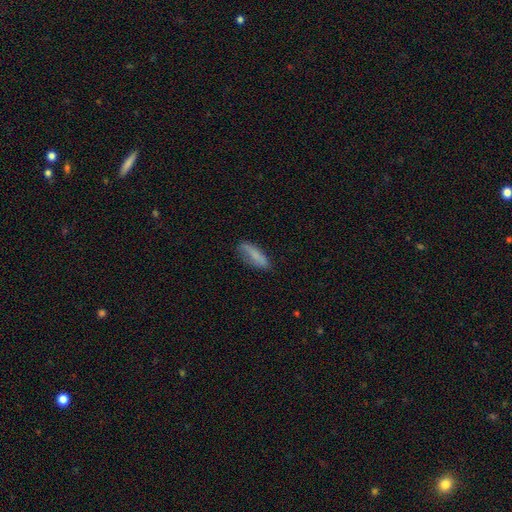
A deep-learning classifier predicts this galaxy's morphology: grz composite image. It shows a smooth galaxy with no disk features (76%) that is in between round and cigar-shaped (50%). Merging: none (68%).